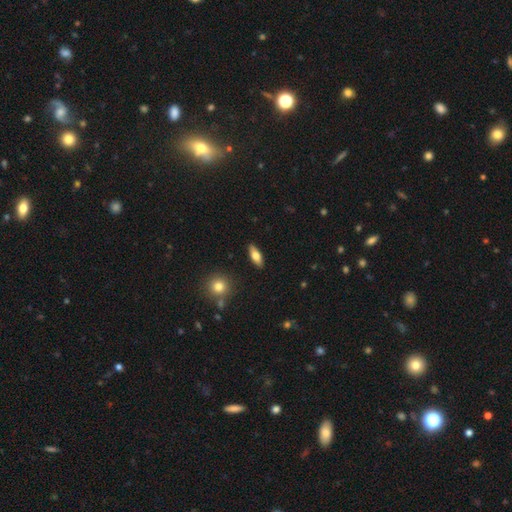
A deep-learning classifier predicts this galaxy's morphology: A smooth galaxy with no disk features (68%) that is in between round and cigar-shaped (73%).

Vote fractions:
- Smooth or featured? smooth: 68% / featured or disk: 26% / star or artifact: 6%
- How rounded? in between: 73% / cigar-shaped: 24% / round: 3%
- Merging? none: 89% / minor disturbance: 8% / major disturbance: 2% / merger: 1%